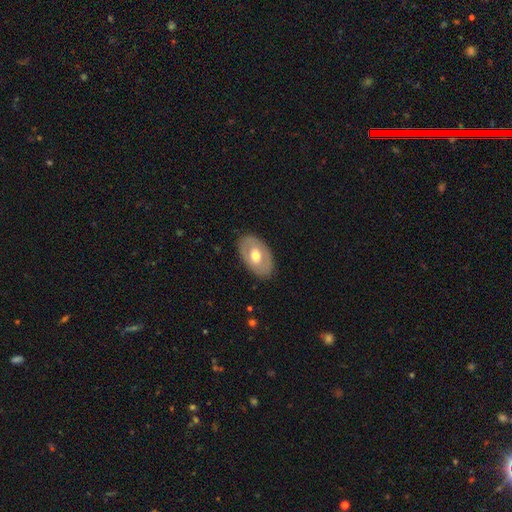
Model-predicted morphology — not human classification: Overall: smooth (50%; featured or disk 44%). How rounded: in between (88%). Merging: none (85%).